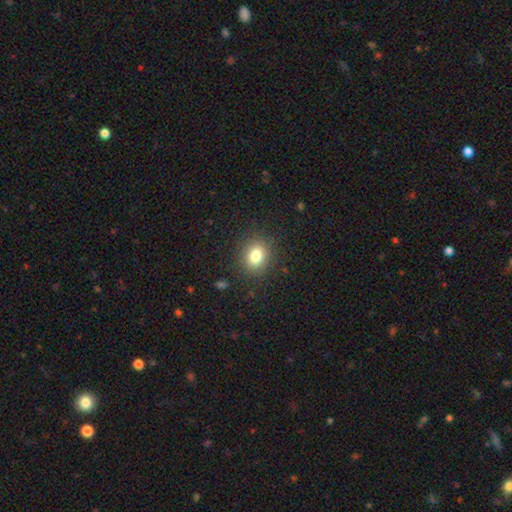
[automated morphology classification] Smooth or featured?
  - smooth: 81% *
  - star or artifact: 11%
  - featured or disk: 8%
How rounded?
  - round: 56% *
  - in between: 43%
  - cigar-shaped: 1%
Merging?
  - none: 87% *
  - minor disturbance: 8%
  - major disturbance: 3%
  - merger: 1%